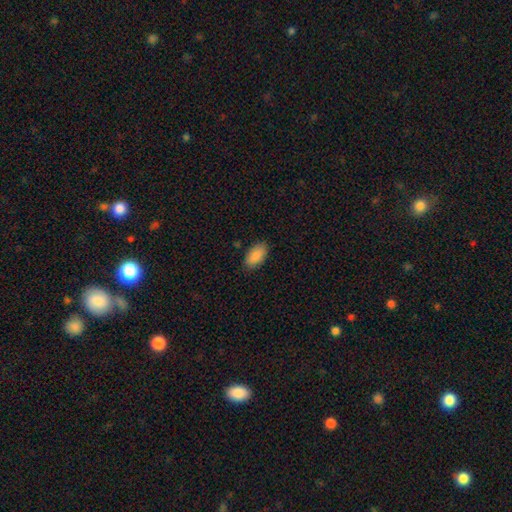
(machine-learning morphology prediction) This is clearly a smooth galaxy (89%). How rounded: clearly in between (94%). Merging: clearly none (86%).